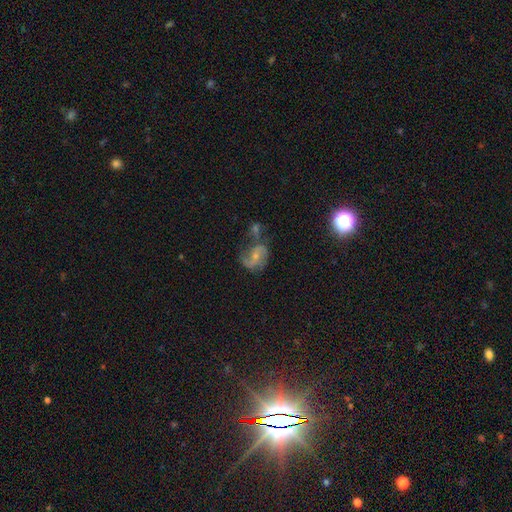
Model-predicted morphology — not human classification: Smooth or featured?
  - featured or disk: 73% *
  - smooth: 17%
  - star or artifact: 10%
Edge-on disk?
  - no: 98% *
  - yes: 2%
Bar?
  - no: 47% *
  - weak: 41%
  - strong: 12%
Spiral arms?
  - yes: 90% *
  - no: 10%
Spiral winding?
  - loose: 43% * (tied)
  - medium: 43% * (tied)
  - tight: 13%
Spiral arm count?
  - 2: 79% *
  - can't tell: 8%
  - 1: 8%
  - 3: 3%
  - 4: 1%
  - more than 4: 1%
Bulge size?
  - small: 60% *
  - moderate: 33%
  - none: 5%
  - large: 2%
  - dominant: 1%
Merging?
  - none: 40% *
  - minor disturbance: 22%
  - merger: 20%
  - major disturbance: 18%